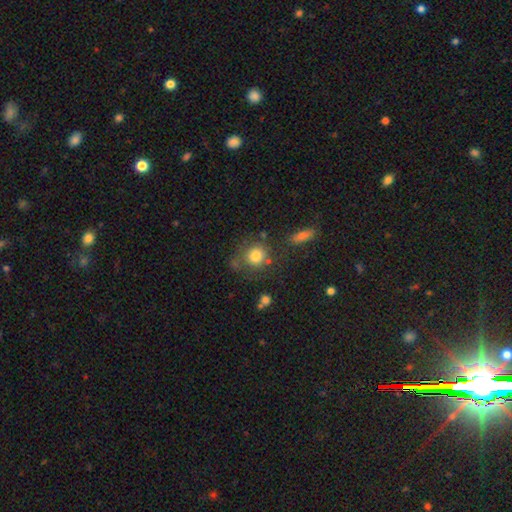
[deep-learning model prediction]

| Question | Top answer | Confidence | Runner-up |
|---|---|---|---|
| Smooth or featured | smooth | 79% | star or artifact (11%) |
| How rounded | round | 86% | in between (13%) |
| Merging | none | 68% | minor disturbance (15%) |